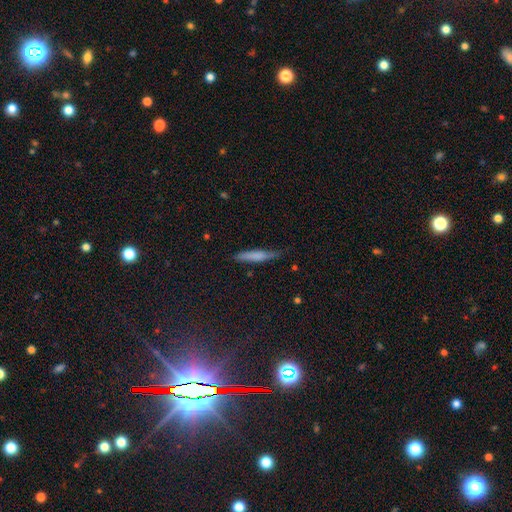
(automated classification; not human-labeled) Smooth or featured? Predicted: smooth (p=0.68). How rounded? Predicted: cigar-shaped (p=0.90). Merging? Predicted: none (p=0.72).